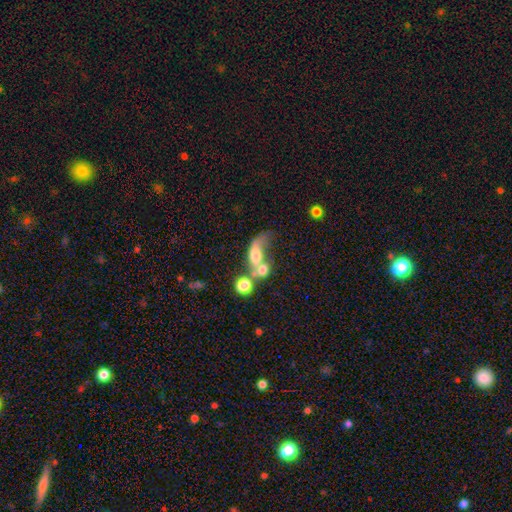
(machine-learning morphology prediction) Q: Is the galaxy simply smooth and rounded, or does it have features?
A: smooth — 51%.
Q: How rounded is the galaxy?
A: in between — 66%.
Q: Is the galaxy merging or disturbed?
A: merger — 58%.